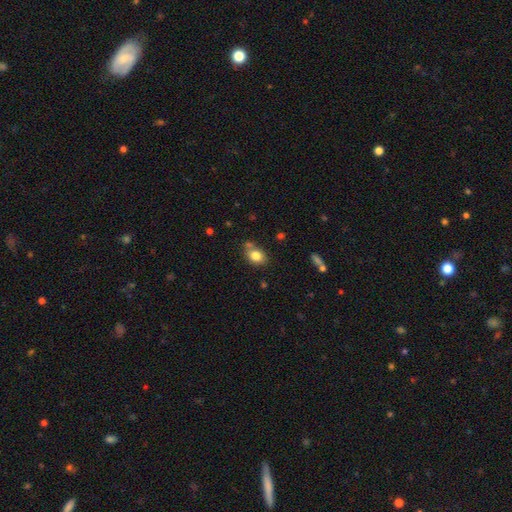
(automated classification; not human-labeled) Q: Smooth or featured?
A: smooth (81%); runner-up: star or artifact (9%)
Q: How rounded?
A: in between (68%); runner-up: round (31%)
Q: Merging?
A: none (64%); runner-up: minor disturbance (18%)